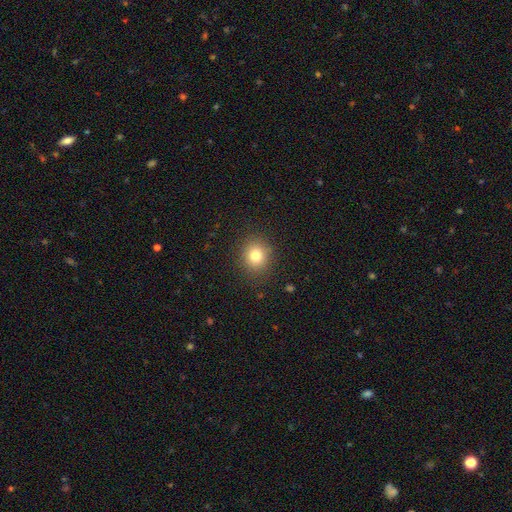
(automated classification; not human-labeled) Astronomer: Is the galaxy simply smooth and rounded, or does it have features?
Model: smooth — 79%.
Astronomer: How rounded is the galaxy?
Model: round — 78%.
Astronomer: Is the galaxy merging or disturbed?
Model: none — 88%.